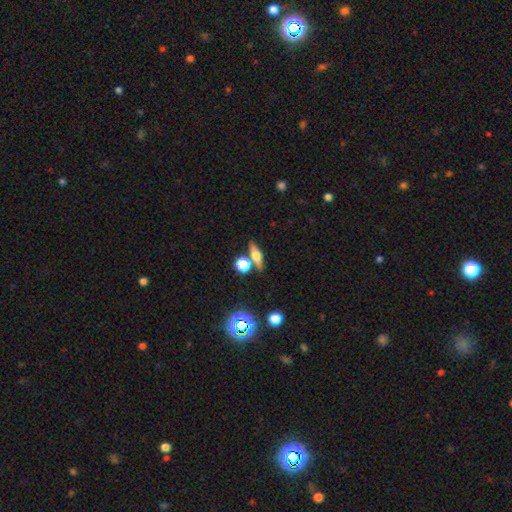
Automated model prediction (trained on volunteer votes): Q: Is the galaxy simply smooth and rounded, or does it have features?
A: featured or disk — 48%.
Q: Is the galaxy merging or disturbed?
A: none — 73%.